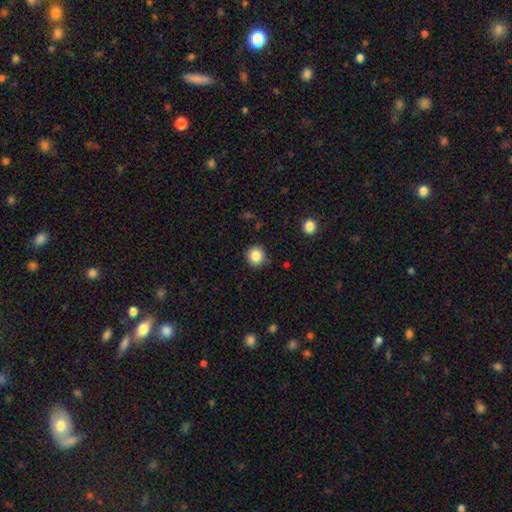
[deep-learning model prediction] This is clearly a smooth galaxy (85%). How rounded: clearly round (94%). Merging: clearly none (88%).